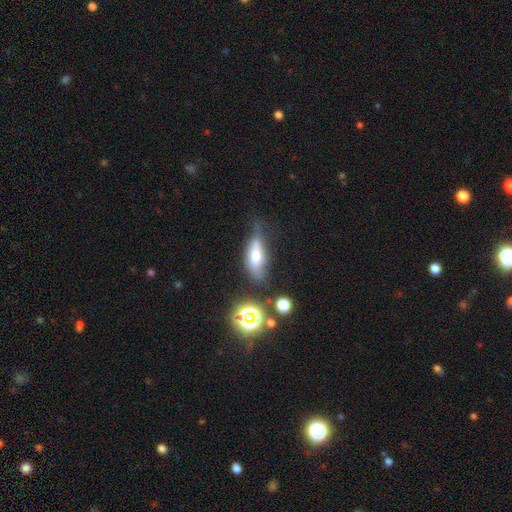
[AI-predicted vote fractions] smooth 57%, featured or disk 30%, star or artifact 13%. Down the decision tree: how rounded — in between (66%); merging — none (47%).